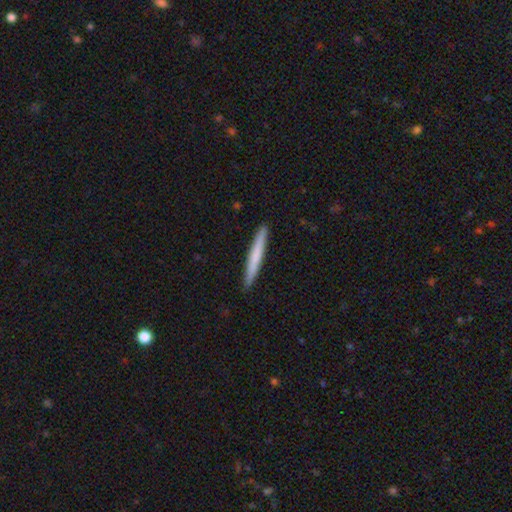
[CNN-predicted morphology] Smooth or featured: smooth — 67% (featured or disk — 28%)
How rounded: cigar-shaped — 97% (in between — 2%)
Merging: none — 92% (minor disturbance — 5%)